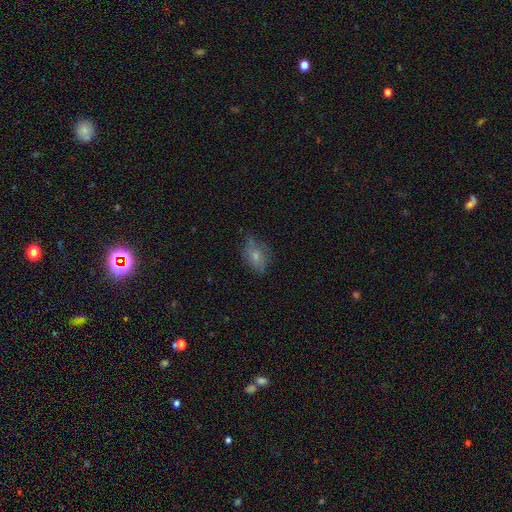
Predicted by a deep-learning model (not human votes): Smooth or featured? smooth (65%)
How rounded? in between (78%)
Merging? none (61%)